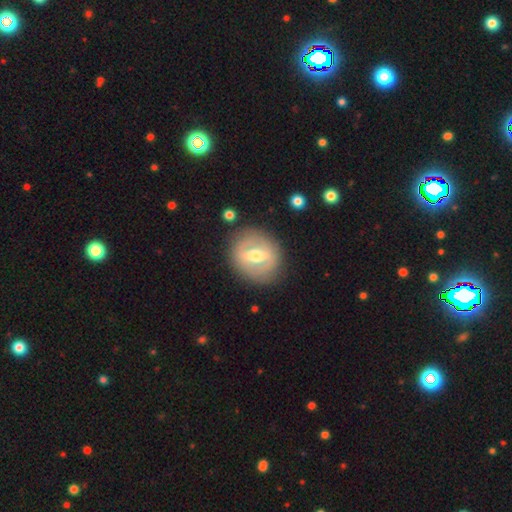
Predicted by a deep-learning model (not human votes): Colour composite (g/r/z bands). It shows a featured or disk galaxy (66%) with a strong bar (55%), no spiral arms (71%) and a moderate central bulge (73%). Merging: none (82%).